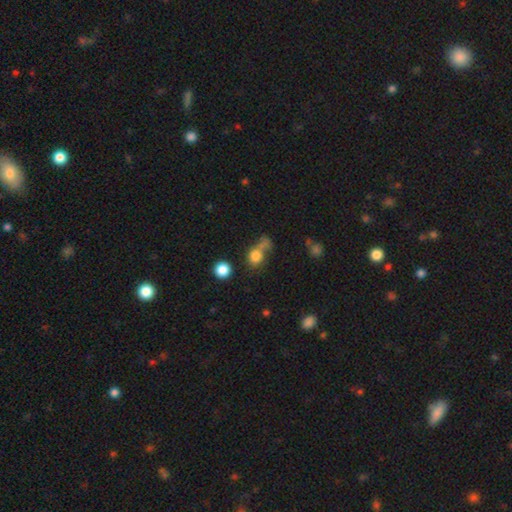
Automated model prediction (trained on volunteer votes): Q: Smooth or featured?
A: smooth (78%); runner-up: star or artifact (14%)
Q: How rounded?
A: round (75%); runner-up: in between (24%)
Q: Merging?
A: none (41%); runner-up: merger (35%)